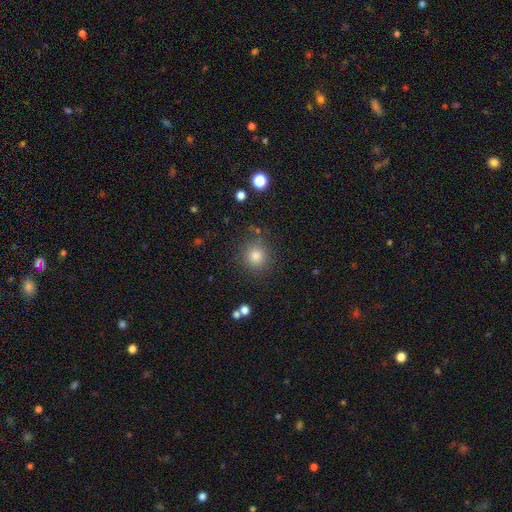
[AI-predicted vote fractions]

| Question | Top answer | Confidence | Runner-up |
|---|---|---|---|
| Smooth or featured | smooth | 81% | star or artifact (13%) |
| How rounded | round | 90% | in between (9%) |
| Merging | none | 84% | minor disturbance (10%) |